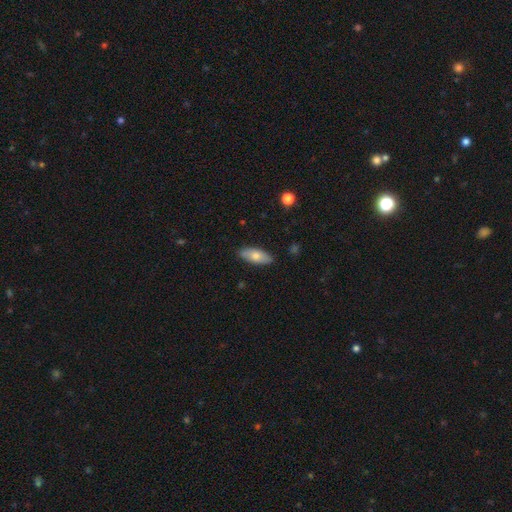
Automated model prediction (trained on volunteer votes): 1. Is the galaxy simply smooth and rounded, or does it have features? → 71% smooth, 23% featured or disk, 6% star or artifact.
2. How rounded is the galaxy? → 81% in between, 17% cigar-shaped, 2% round.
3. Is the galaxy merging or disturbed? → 87% none, 10% minor disturbance, 2% major disturbance, 1% merger.